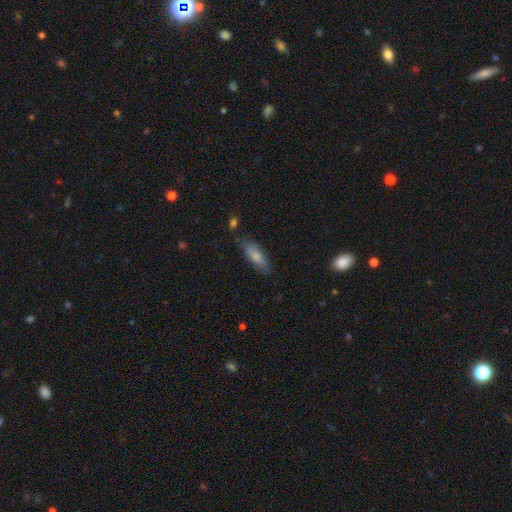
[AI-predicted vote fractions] A smooth galaxy with no disk features (78%) that is in between round and cigar-shaped (65%).

Vote fractions:
- Smooth or featured? smooth: 78% / featured or disk: 16% / star or artifact: 6%
- How rounded? in between: 65% / cigar-shaped: 33% / round: 2%
- Merging? none: 74% / minor disturbance: 19% / major disturbance: 4% / merger: 3%